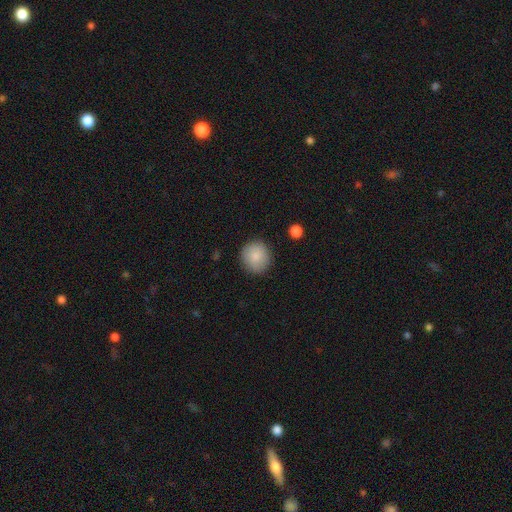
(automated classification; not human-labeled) This appears to be a smooth galaxy with no disk features (85%) that is round (91%). Merging: none (88%).